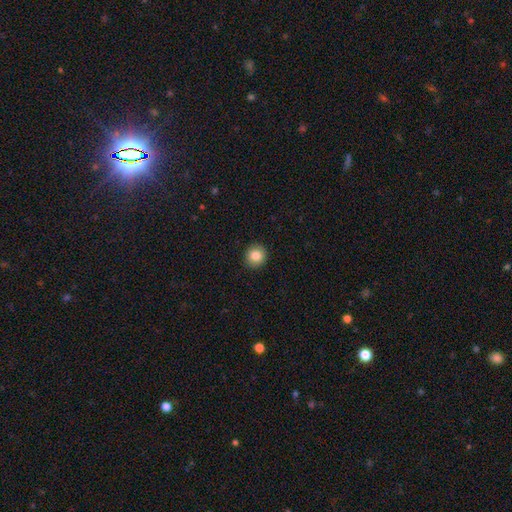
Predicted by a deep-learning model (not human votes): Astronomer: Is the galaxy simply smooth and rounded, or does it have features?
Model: smooth — 85%.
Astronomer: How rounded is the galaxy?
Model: round — 90%.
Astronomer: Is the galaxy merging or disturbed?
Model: none — 92%.